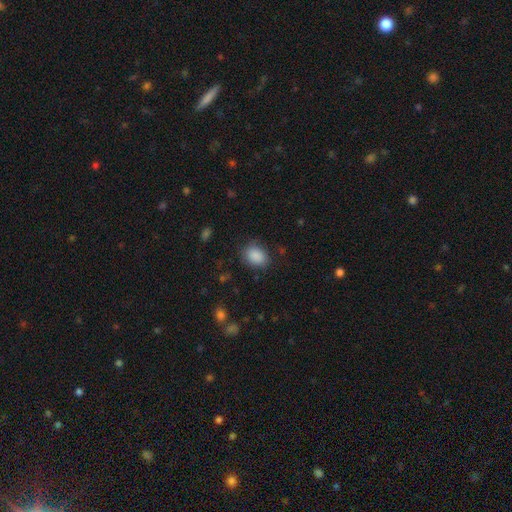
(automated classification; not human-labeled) A smooth galaxy with no disk features (88%) that is in between round and cigar-shaped (66%). Merging: none (80%).